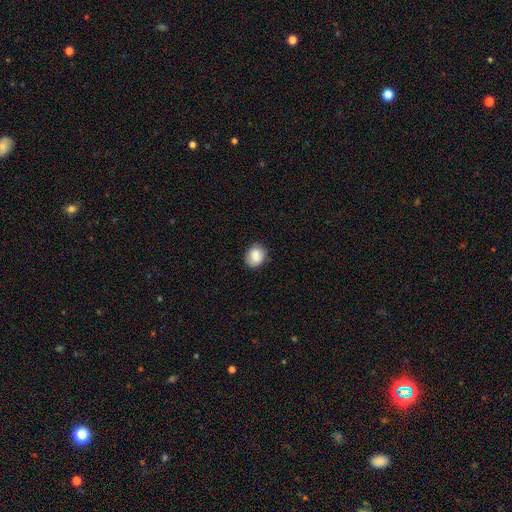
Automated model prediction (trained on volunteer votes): A smooth galaxy with no disk features (86%) that is round (55%). Merging: none (83%).